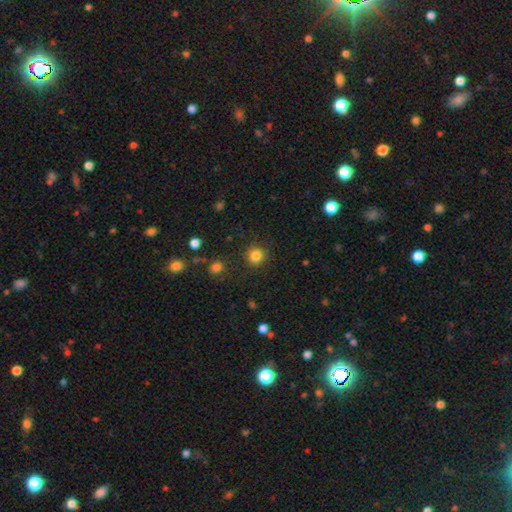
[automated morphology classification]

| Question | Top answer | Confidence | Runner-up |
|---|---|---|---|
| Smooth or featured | smooth | 84% | star or artifact (12%) |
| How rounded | round | 90% | in between (9%) |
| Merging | none | 88% | minor disturbance (7%) |